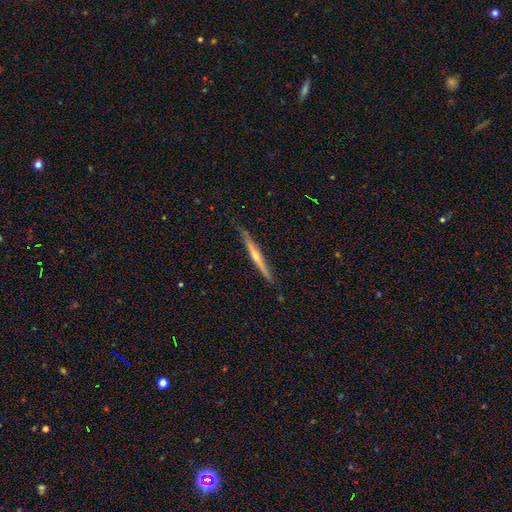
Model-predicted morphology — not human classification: A featured or disk galaxy (75%) viewed edge-on (98%) with a rounded central bulge (78%). Merging: none (86%).